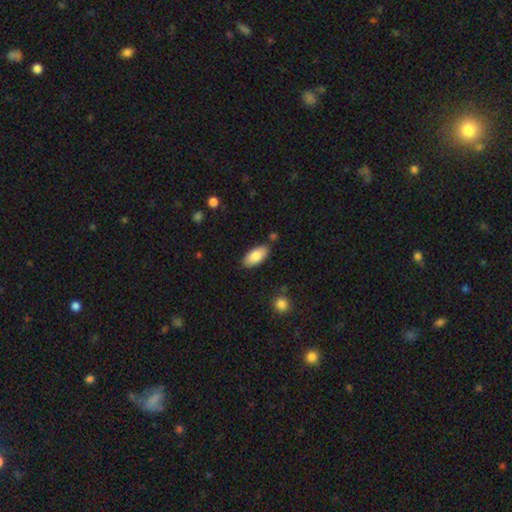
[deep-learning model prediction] The model was most divided on "smooth or featured": smooth: 82%, featured or disk: 12%, star or artifact: 6%. More confident: how rounded — in between (91%); merging — none (83%).